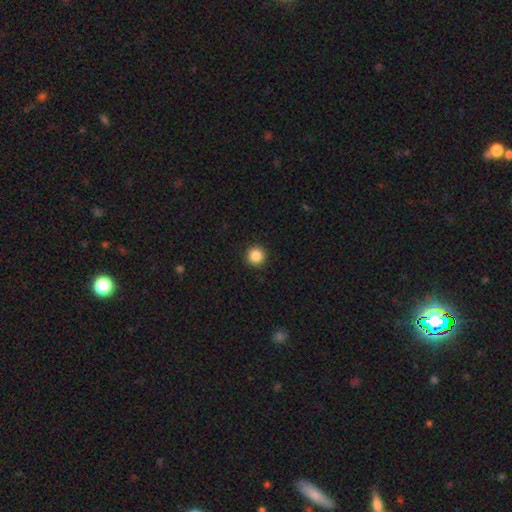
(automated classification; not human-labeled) A smooth galaxy with no disk features (87%) that is round (96%).

Vote fractions:
- Smooth or featured? smooth: 87% / star or artifact: 10% / featured or disk: 4%
- How rounded? round: 96% / in between: 3% / cigar-shaped: 1%
- Merging? none: 93% / minor disturbance: 4% / major disturbance: 2% / merger: 1%